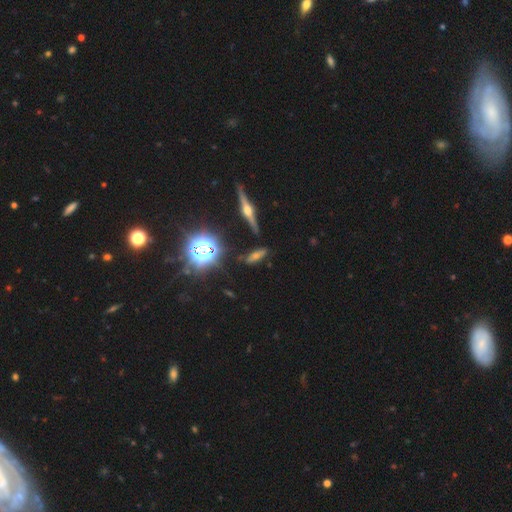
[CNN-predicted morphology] This is marginally a featured or disk galaxy (45%). Merging: clearly none (81%).